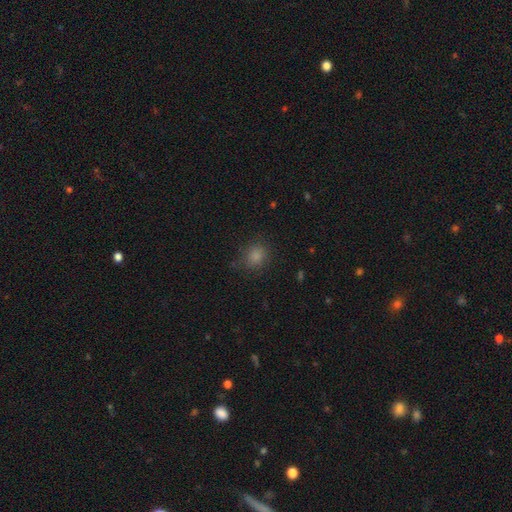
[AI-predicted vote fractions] smooth_or_featured: smooth (p=0.82) [alt: star or artifact p=0.13]
how_rounded: round (p=0.71) [alt: in between p=0.28]
merging: none (p=0.79) [alt: minor disturbance p=0.15]